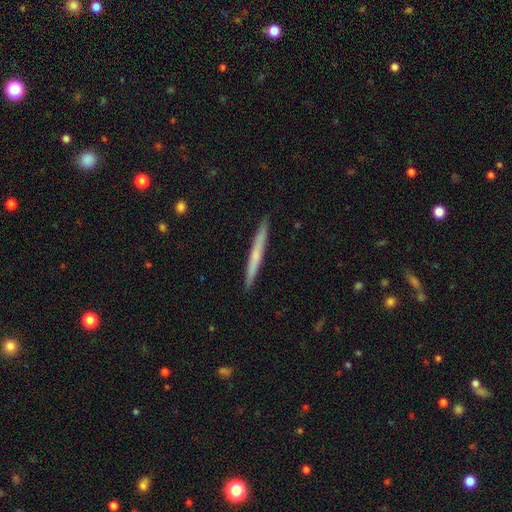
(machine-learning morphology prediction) Smooth or featured? Predicted: smooth (p=0.50). How rounded? Predicted: cigar-shaped (p=0.97). Merging? Predicted: none (p=0.92).